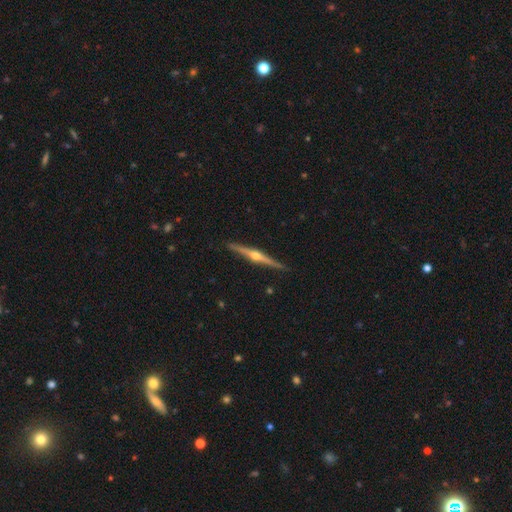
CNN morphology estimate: A featured or disk galaxy (85%) viewed edge-on (99%) with a rounded central bulge (94%). Merging: none (91%).